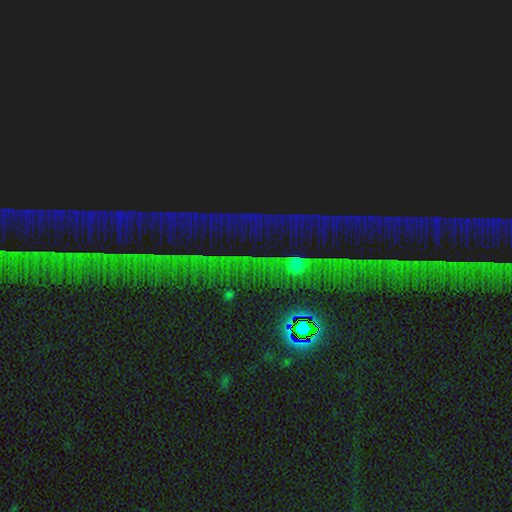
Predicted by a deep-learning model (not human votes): Q: Smooth or featured?
A: star or artifact (77%); runner-up: featured or disk (13%)